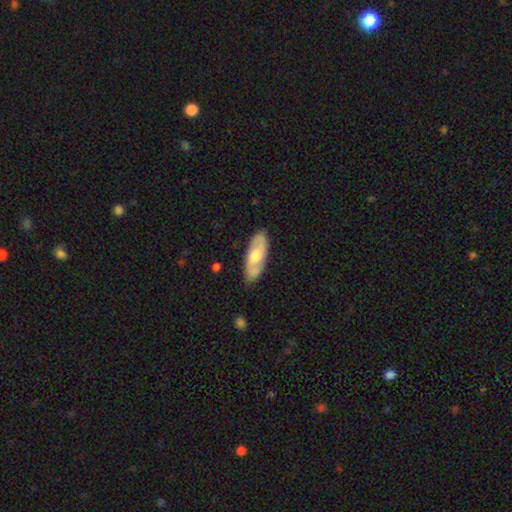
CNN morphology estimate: Q: Smooth or featured?
A: featured or disk (54%); runner-up: smooth (41%)
Q: Edge-on disk?
A: no (79%); runner-up: yes (21%)
Q: Merging?
A: none (84%); runner-up: minor disturbance (12%)